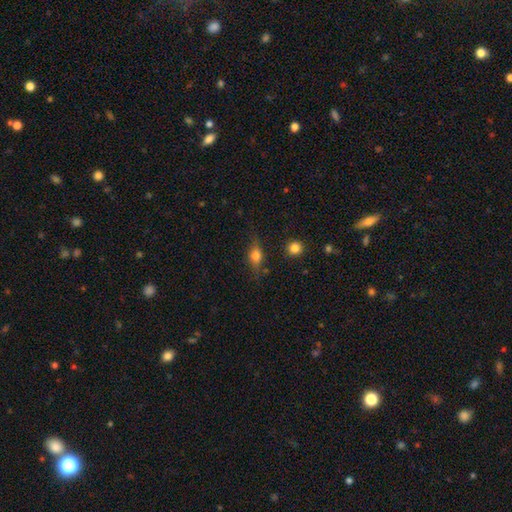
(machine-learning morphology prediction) smooth 60%, featured or disk 30%, star or artifact 11%. Down the decision tree: how rounded — in between (64%); merging — none (73%).